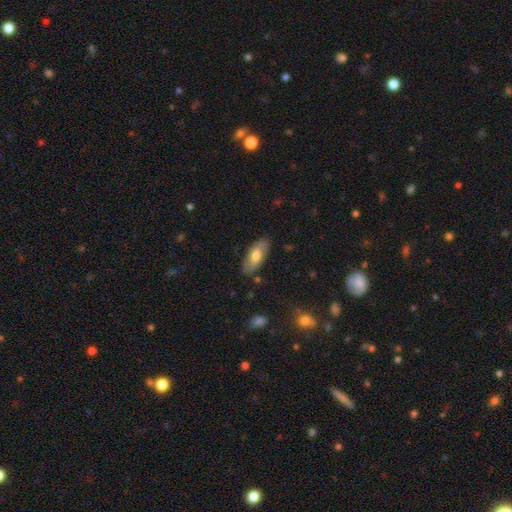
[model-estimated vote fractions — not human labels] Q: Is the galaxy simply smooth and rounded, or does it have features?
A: smooth — 62%.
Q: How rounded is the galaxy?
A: in between — 87%.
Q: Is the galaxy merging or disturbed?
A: none — 82%.